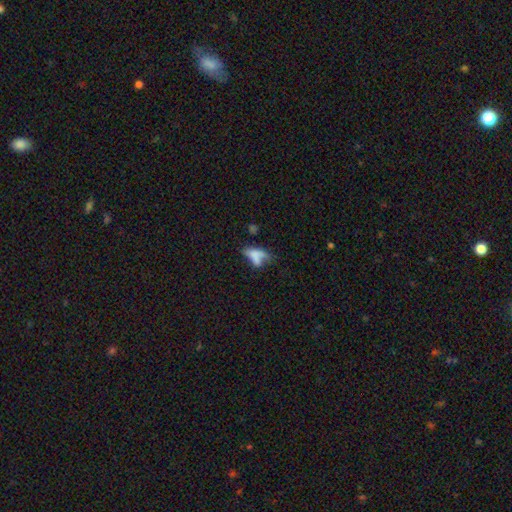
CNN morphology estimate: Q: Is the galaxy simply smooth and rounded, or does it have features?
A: smooth — 60%.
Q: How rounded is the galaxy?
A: in between — 65%.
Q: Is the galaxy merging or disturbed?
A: merger — 28%, tied with major disturbance.